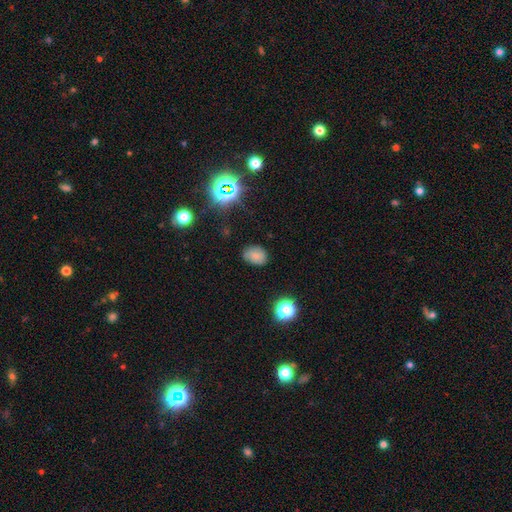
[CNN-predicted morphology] A smooth galaxy with no disk features (72%) that is in between round and cigar-shaped (70%).

Vote fractions:
- Smooth or featured? smooth: 72% / star or artifact: 16% / featured or disk: 12%
- How rounded? in between: 70% / round: 28% / cigar-shaped: 1%
- Merging? none: 77% / minor disturbance: 17% / major disturbance: 4% / merger: 2%